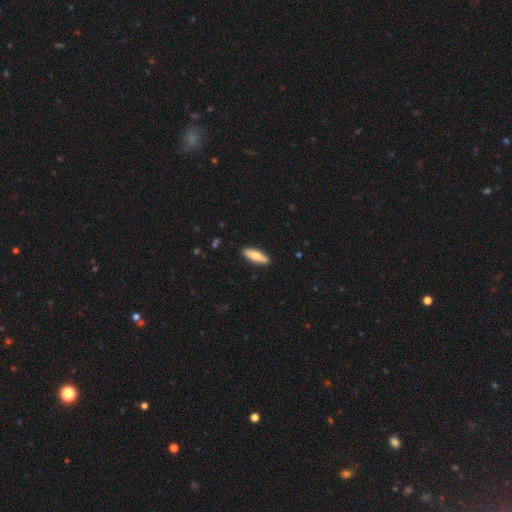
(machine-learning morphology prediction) Smooth or featured: smooth — 73% (featured or disk — 22%)
How rounded: cigar-shaped — 55% (in between — 43%)
Merging: none — 90% (minor disturbance — 8%)